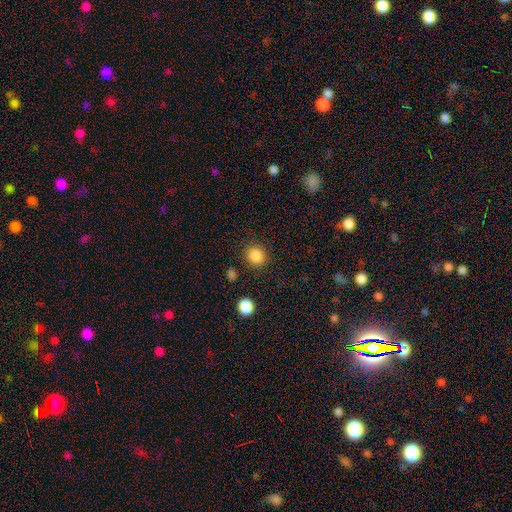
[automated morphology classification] Smooth or featured?
  - smooth: 86% *
  - star or artifact: 11%
  - featured or disk: 4%
How rounded?
  - round: 80% *
  - in between: 19%
  - cigar-shaped: 1%
Merging?
  - none: 85% *
  - minor disturbance: 9%
  - major disturbance: 3%
  - merger: 2%